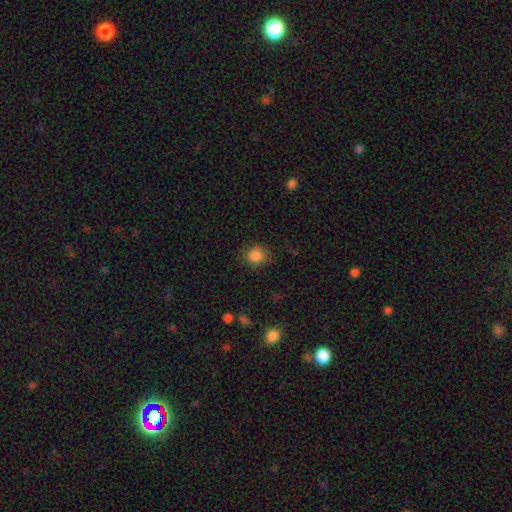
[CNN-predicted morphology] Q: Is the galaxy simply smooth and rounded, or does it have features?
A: smooth — 85%.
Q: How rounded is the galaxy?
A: round — 81%.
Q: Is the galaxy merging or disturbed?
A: none — 82%.